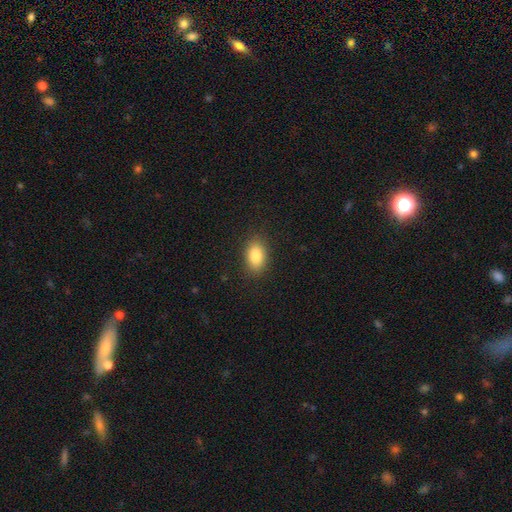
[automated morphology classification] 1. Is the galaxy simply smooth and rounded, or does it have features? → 84% smooth, 8% star or artifact, 8% featured or disk.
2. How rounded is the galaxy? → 87% in between, 10% round, 3% cigar-shaped.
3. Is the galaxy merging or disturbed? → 87% none, 9% minor disturbance, 3% major disturbance, 1% merger.